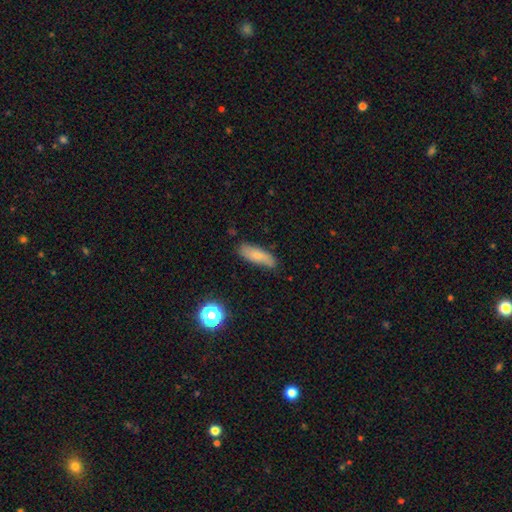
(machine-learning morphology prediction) Smooth or featured? Predicted: smooth (p=0.69). How rounded? Predicted: in between (p=0.49). Merging? Predicted: none (p=0.77).